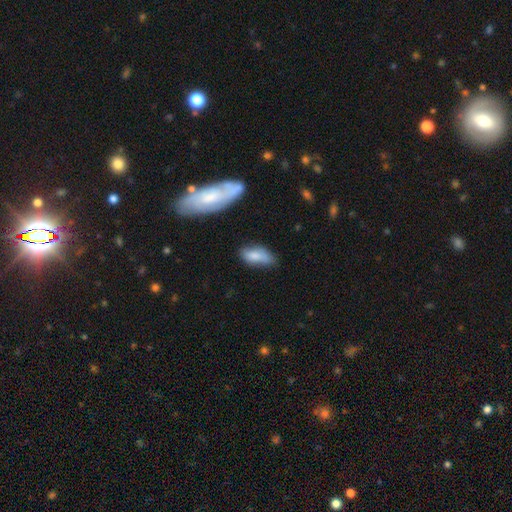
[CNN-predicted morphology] Smooth or featured? smooth (79%)
How rounded? in between (84%)
Merging? none (55%)